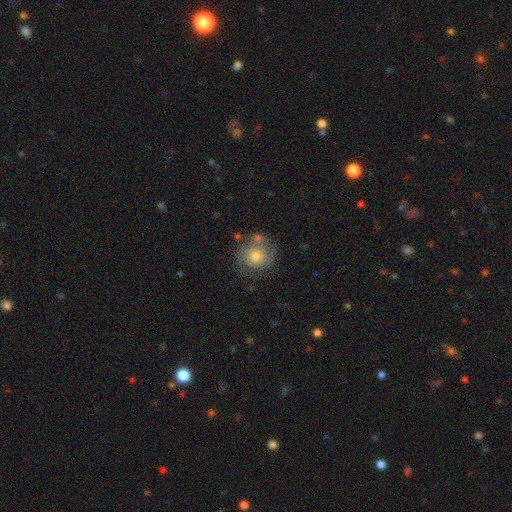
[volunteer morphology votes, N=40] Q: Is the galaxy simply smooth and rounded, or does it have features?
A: smooth — 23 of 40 (57%).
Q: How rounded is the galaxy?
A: round — 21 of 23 (91%).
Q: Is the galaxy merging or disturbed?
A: none — 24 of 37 (65%).